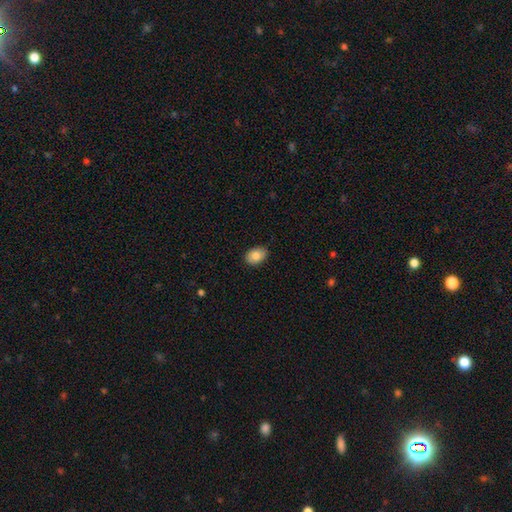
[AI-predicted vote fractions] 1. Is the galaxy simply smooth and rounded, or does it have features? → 83% smooth, 9% featured or disk, 8% star or artifact.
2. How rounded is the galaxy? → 78% in between, 21% round, 1% cigar-shaped.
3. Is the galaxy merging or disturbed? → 85% none, 12% minor disturbance, 2% major disturbance, 1% merger.